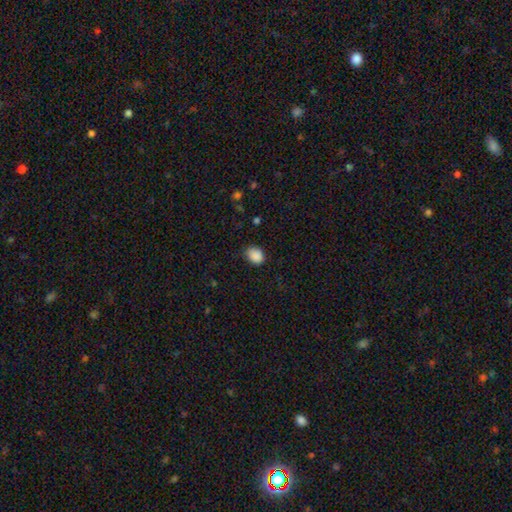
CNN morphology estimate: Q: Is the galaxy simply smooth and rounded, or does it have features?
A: smooth — 88%.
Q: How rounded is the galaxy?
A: in between — 59%.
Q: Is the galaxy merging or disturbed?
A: none — 74%.